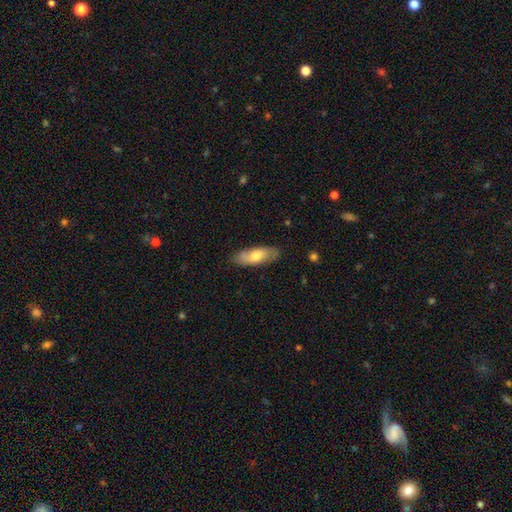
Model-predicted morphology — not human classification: smooth_or_featured: smooth (p=0.60) [alt: featured or disk p=0.34]
how_rounded: in between (p=0.66) [alt: cigar-shaped p=0.32]
merging: none (p=0.83) [alt: minor disturbance p=0.13]